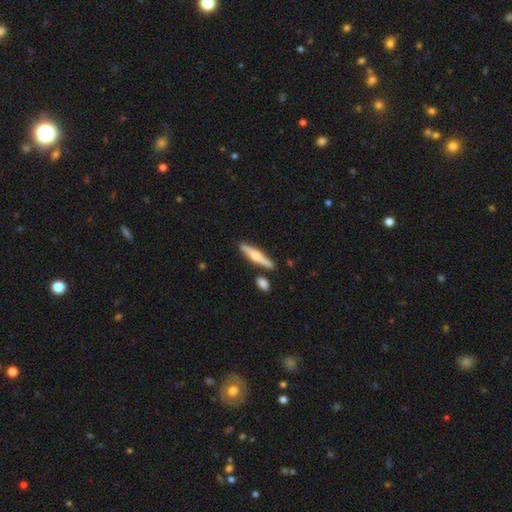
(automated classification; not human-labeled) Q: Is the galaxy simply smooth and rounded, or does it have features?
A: featured or disk — 63%.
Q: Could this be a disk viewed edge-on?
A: yes — 96%.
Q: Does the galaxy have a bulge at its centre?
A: rounded — 92%.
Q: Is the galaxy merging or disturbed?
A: none — 83%.